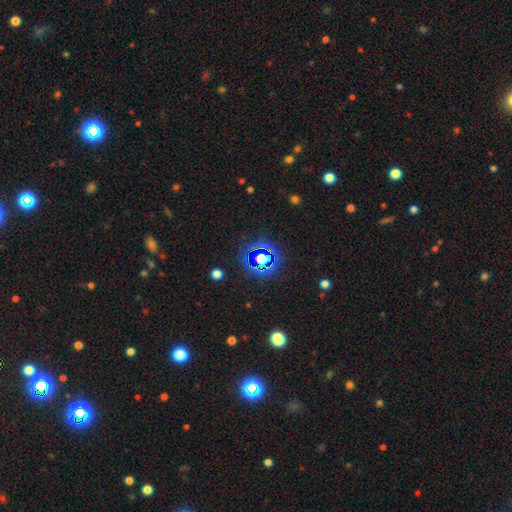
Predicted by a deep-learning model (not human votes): Smooth or featured? star or artifact (75%)